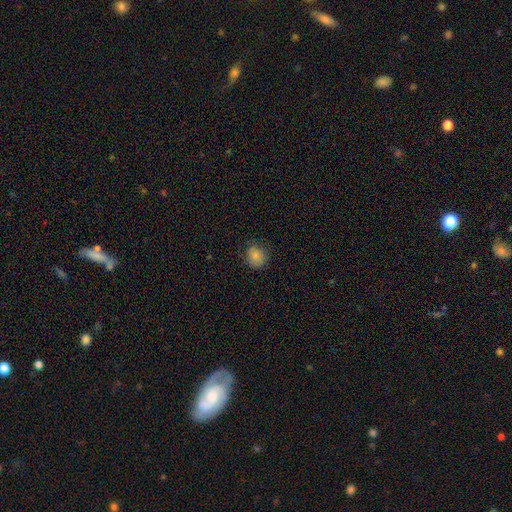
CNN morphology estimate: smooth_or_featured: smooth (p=0.82) [alt: star or artifact p=0.10]
how_rounded: round (p=0.76) [alt: in between p=0.23]
merging: none (p=0.75) [alt: minor disturbance p=0.19]